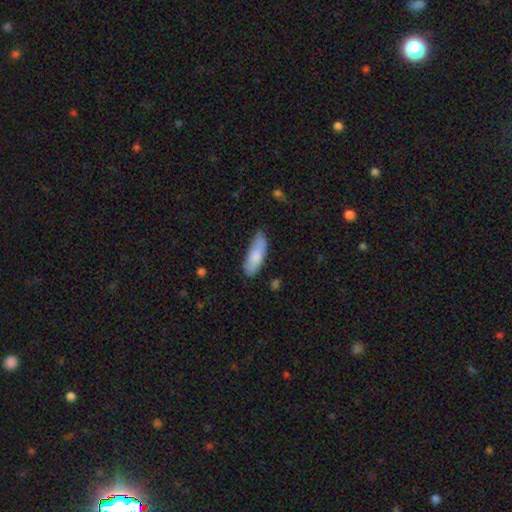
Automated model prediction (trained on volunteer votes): This is clearly a smooth galaxy (82%). How rounded: likely in between (64%). Merging: likely none (68%).